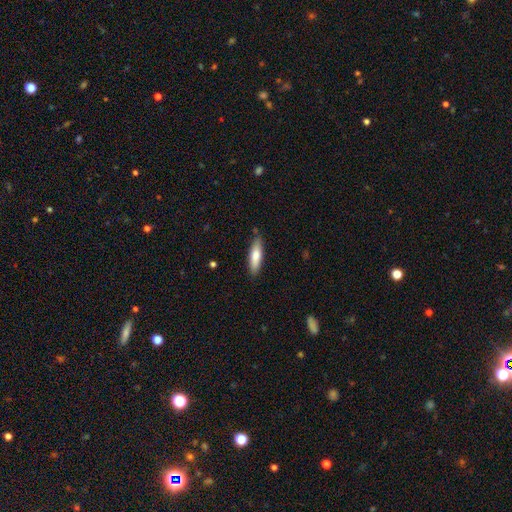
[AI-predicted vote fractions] This appears to be a smooth galaxy with no disk features (71%) that is cigar-shaped (60%). Merging: none (83%).